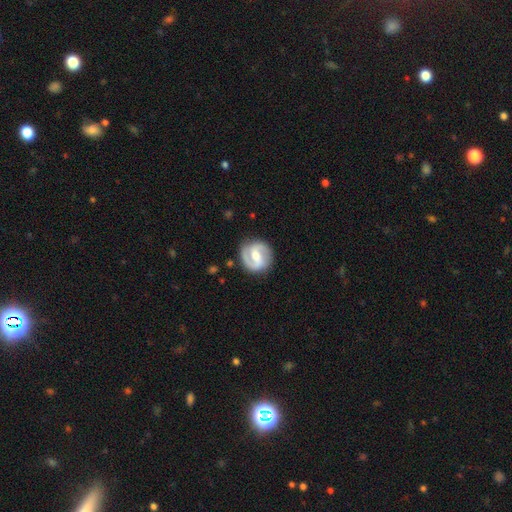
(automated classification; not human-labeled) Smooth or featured? Predicted: featured or disk (p=0.84). Edge-on disk? Predicted: no (p=0.98). Bar? Predicted: weak (p=0.46). Spiral arms? Predicted: yes (p=0.94). Spiral winding? Predicted: medium (p=0.49). Spiral arm count? Predicted: 2 (p=0.90). Bulge size? Predicted: moderate (p=0.64). Merging? Predicted: none (p=0.86).